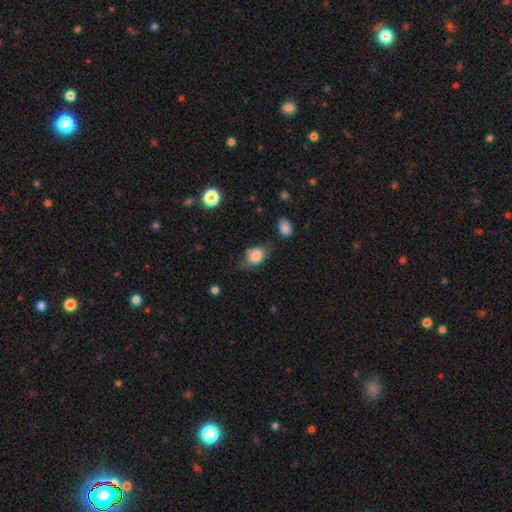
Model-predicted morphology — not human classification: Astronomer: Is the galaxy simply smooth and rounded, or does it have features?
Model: smooth — 80%.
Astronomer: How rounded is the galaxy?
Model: in between — 71%.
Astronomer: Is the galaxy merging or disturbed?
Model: none — 50% (runner-up: minor disturbance, 32%).